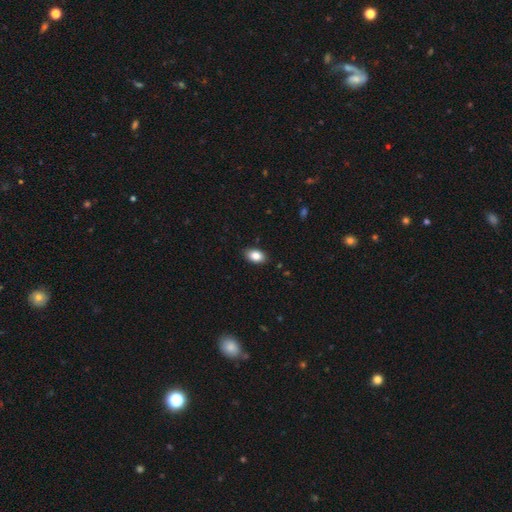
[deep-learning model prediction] Smooth or featured? smooth (86%)
How rounded? in between (89%)
Merging? none (88%)